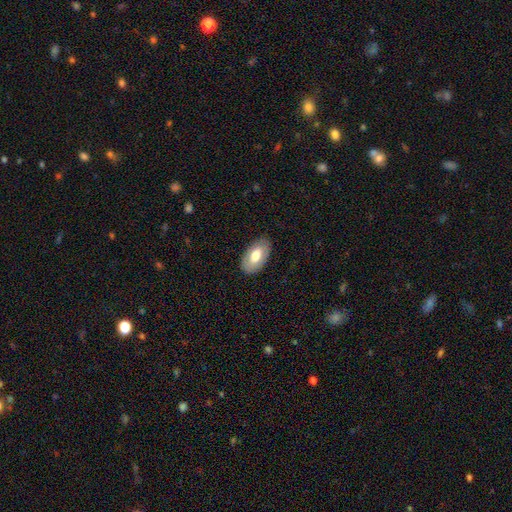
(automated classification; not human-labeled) A smooth galaxy with no disk features (70%) that is in between round and cigar-shaped (94%). Merging: none (86%).